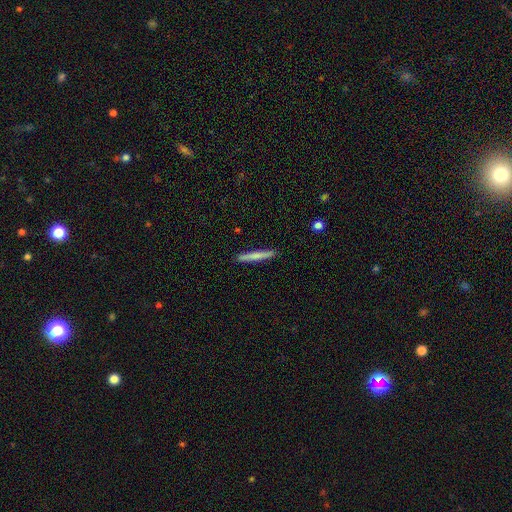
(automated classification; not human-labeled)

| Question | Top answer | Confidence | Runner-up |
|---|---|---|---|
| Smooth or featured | smooth | 69% | featured or disk (26%) |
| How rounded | cigar-shaped | 96% | in between (3%) |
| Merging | none | 91% | minor disturbance (6%) |